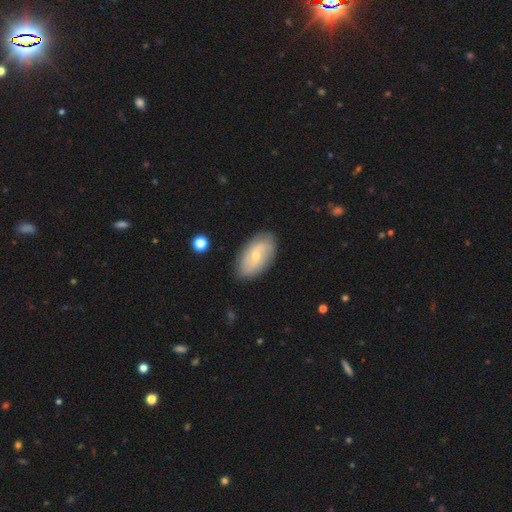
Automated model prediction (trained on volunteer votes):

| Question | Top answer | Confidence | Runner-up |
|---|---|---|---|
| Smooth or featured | featured or disk | 58% | smooth (35%) |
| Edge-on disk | no | 93% | yes (7%) |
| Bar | no | 54% | weak (38%) |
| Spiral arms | yes | 79% | no (21%) |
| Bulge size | small | 63% | moderate (33%) |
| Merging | none | 84% | minor disturbance (12%) |